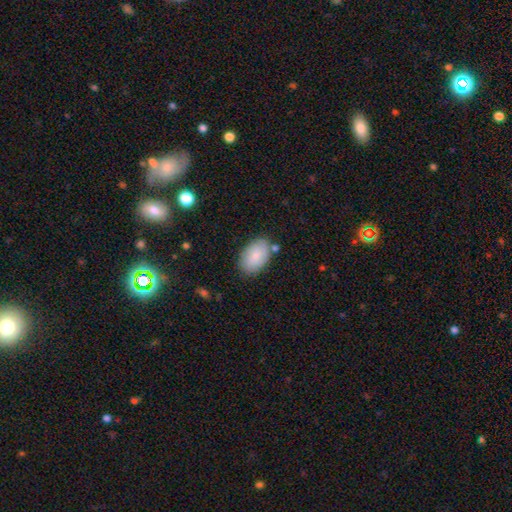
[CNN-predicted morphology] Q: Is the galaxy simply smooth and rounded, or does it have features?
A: smooth — 82%.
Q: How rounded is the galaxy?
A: in between — 93%.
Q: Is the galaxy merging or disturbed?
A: none — 78%.